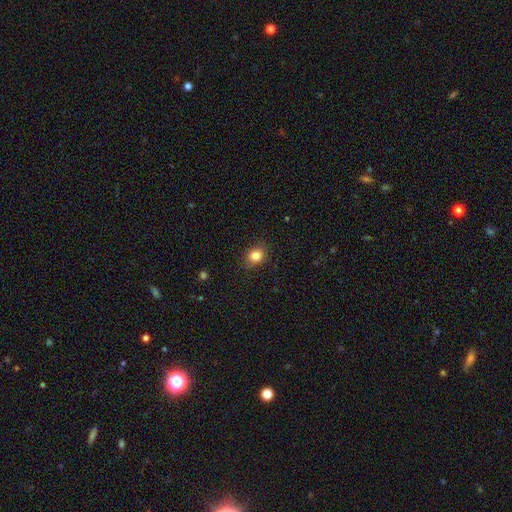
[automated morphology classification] type=smooth (84%); roundness=round (55%); merging=none (86%).